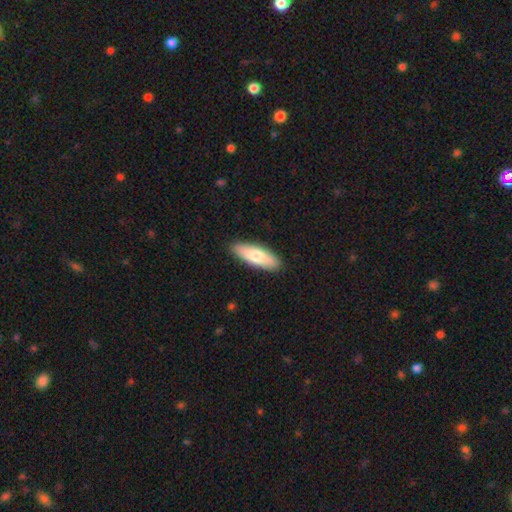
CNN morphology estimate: A smooth galaxy with no disk features (74%) that is in between round and cigar-shaped (56%). Merging: none (89%).